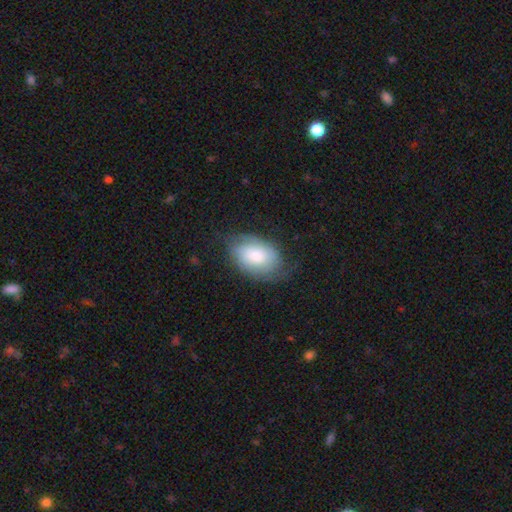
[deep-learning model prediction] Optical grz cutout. It shows a smooth galaxy with no disk features (51%) that is in between round and cigar-shaped (88%). Merging: none (58%).